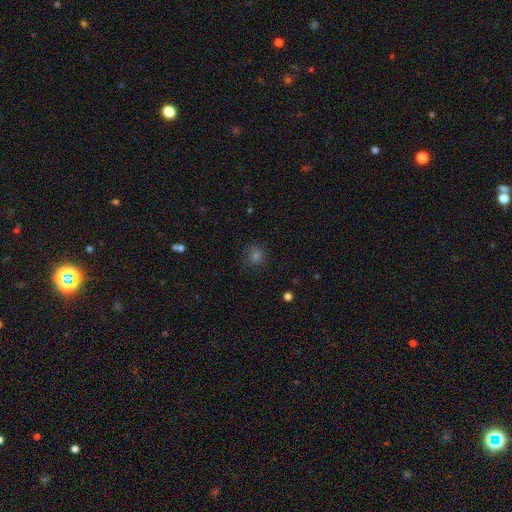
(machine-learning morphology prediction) Smooth or featured? smooth (68%)
How rounded? round (91%)
Merging? none (86%)